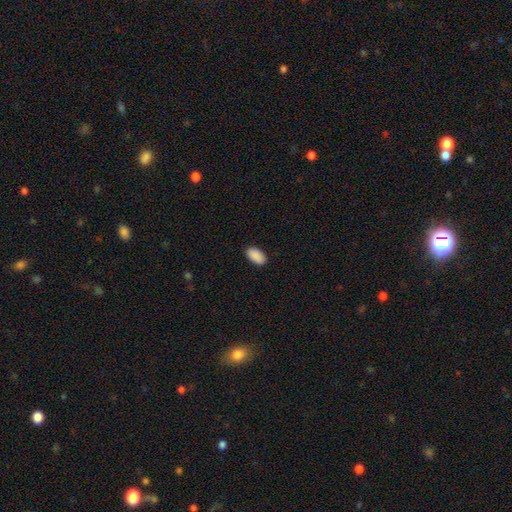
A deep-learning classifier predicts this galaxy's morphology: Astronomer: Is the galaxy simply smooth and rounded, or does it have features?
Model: smooth — 91%.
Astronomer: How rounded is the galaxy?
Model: in between — 95%.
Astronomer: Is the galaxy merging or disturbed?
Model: none — 89%.